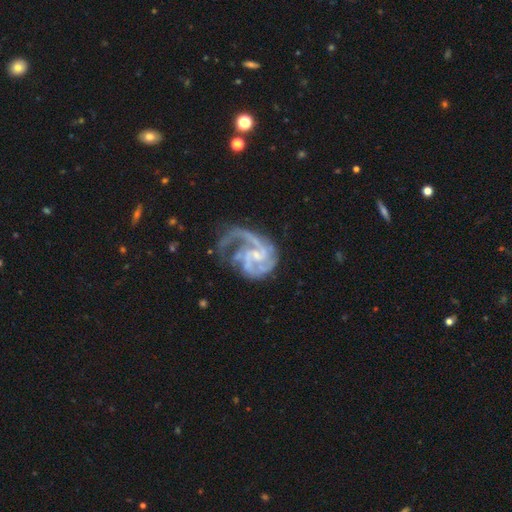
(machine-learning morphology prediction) Smooth or featured? Predicted: featured or disk (p=0.90). Edge-on disk? Predicted: no (p=0.98). Bar? Predicted: no (p=0.49). Spiral arms? Predicted: yes (p=0.96). Spiral winding? Predicted: medium (p=0.49). Spiral arm count? Predicted: 2 (p=0.36). Bulge size? Predicted: small (p=0.61). Merging? Predicted: none (p=0.38, tied with major disturbance).